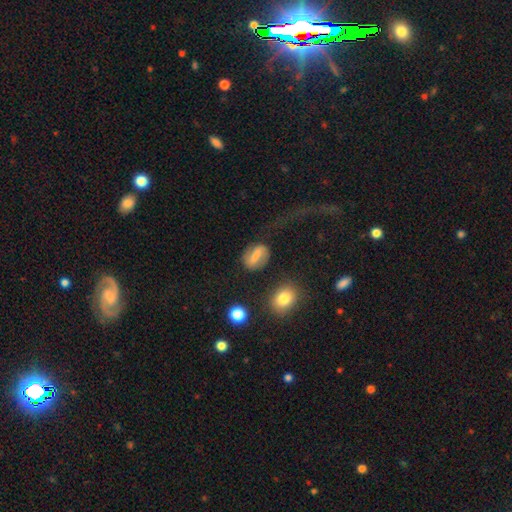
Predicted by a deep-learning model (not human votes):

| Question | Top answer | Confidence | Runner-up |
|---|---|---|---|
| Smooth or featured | smooth | 51% | featured or disk (39%) |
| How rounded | in between | 66% | round (29%) |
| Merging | none | 72% | minor disturbance (15%) |